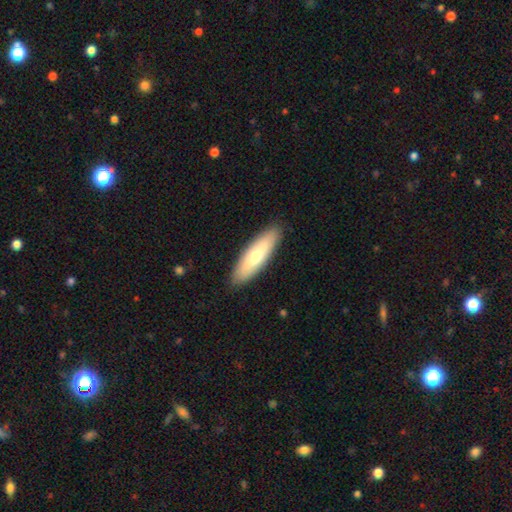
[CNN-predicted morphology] A smooth galaxy with no disk features (62%) that is cigar-shaped (52%). Merging: none (89%).